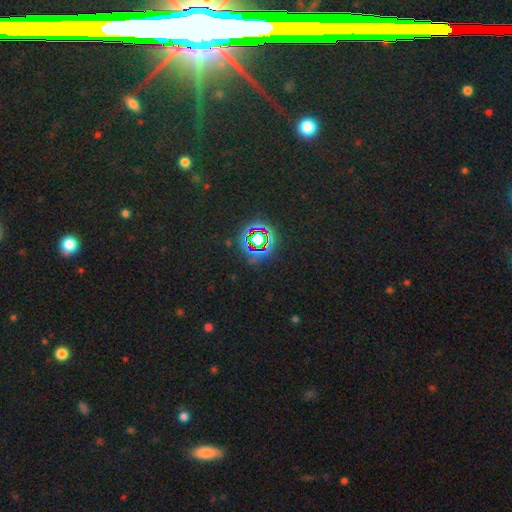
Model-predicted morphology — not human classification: A star or artifact, not a galaxy (73%).